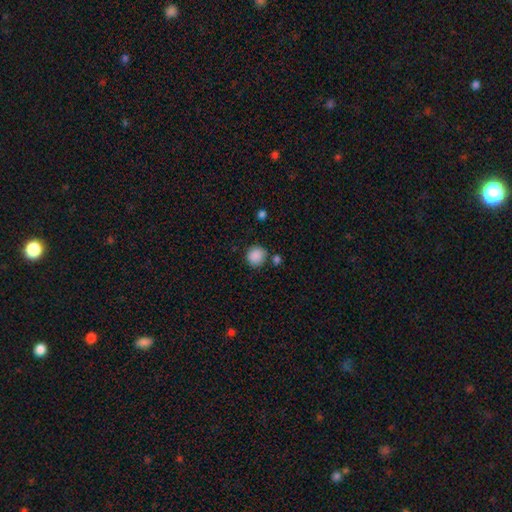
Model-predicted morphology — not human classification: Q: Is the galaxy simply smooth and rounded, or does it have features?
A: smooth — 88%.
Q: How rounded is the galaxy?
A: round — 90%.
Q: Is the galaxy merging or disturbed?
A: none — 78%.